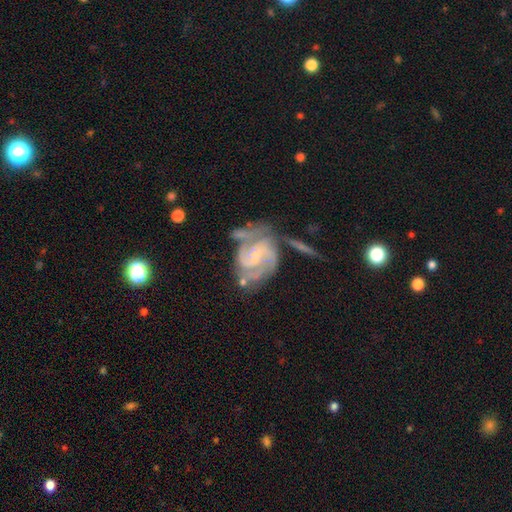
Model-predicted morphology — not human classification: Q: Smooth or featured?
A: featured or disk (90%); runner-up: star or artifact (5%)
Q: Edge-on disk?
A: no (98%); runner-up: yes (2%)
Q: Bar?
A: no (50%); runner-up: weak (39%)
Q: Spiral arms?
A: yes (98%); runner-up: no (2%)
Q: Spiral winding?
A: tight (51%); runner-up: medium (42%)
Q: Spiral arm count?
A: 2 (43%); runner-up: 3 (31%)
Q: Bulge size?
A: small (78%); runner-up: moderate (14%)
Q: Merging?
A: none (50%); runner-up: minor disturbance (23%)